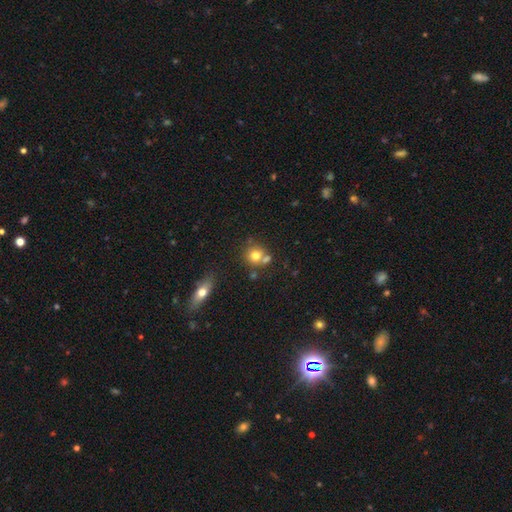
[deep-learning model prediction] Smooth or featured: smooth — 74% (featured or disk — 14%)
How rounded: round — 85% (in between — 14%)
Merging: none — 56% (merger — 30%)